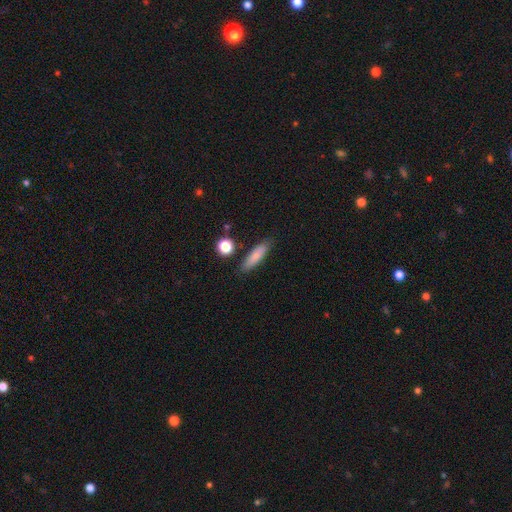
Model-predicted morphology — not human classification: type=smooth (80%); roundness=cigar-shaped (66%); merging=none (83%).